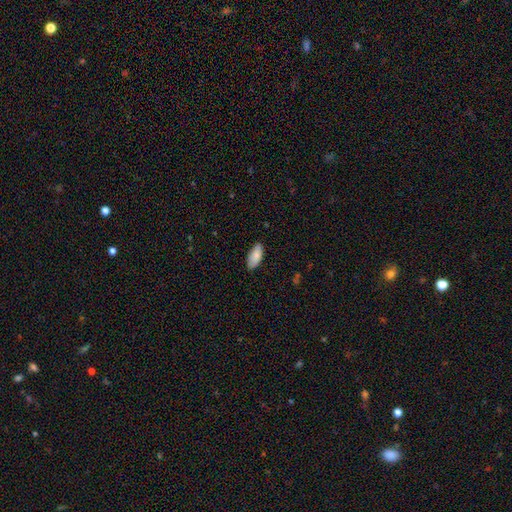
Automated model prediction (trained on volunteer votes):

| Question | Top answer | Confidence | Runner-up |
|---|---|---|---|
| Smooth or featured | smooth | 86% | featured or disk (8%) |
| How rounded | in between | 90% | cigar-shaped (8%) |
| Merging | none | 81% | minor disturbance (16%) |